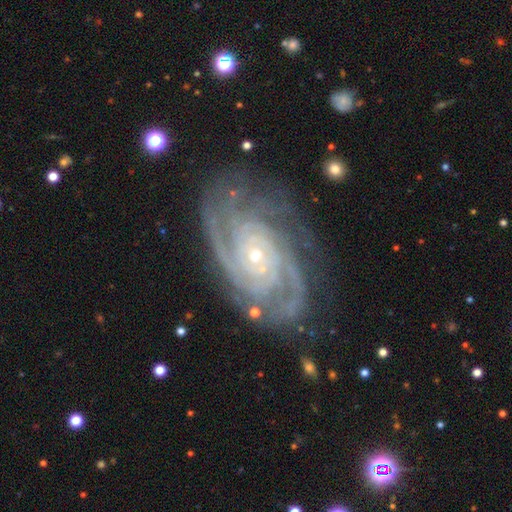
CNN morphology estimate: This appears to be a featured or disk galaxy (92%) with no bar (74%), 3 (27%) tight (73%) spiral arms (98%) and a small central bulge (78%). Merging: none (75%).